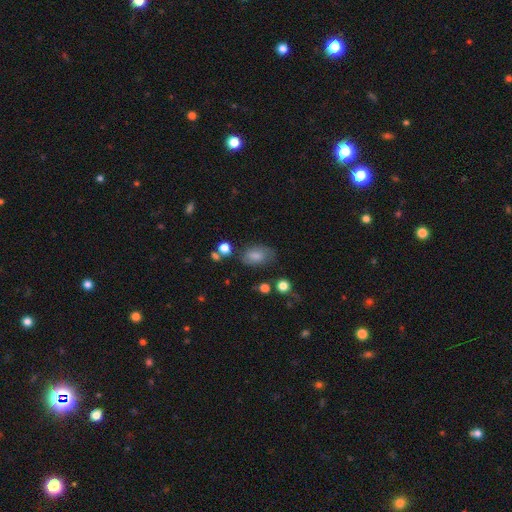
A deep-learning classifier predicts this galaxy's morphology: smooth_or_featured: smooth (p=0.75) [alt: featured or disk p=0.16]
how_rounded: in between (p=0.88) [alt: round p=0.10]
merging: none (p=0.62) [alt: minor disturbance p=0.25]